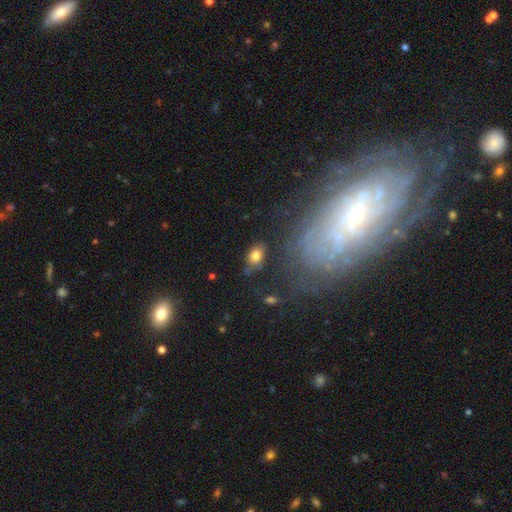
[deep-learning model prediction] The model was most divided on "merging": none: 73%, minor disturbance: 17%, major disturbance: 6%, merger: 4%. More confident: how rounded — in between (78%); smooth or featured — smooth (76%).